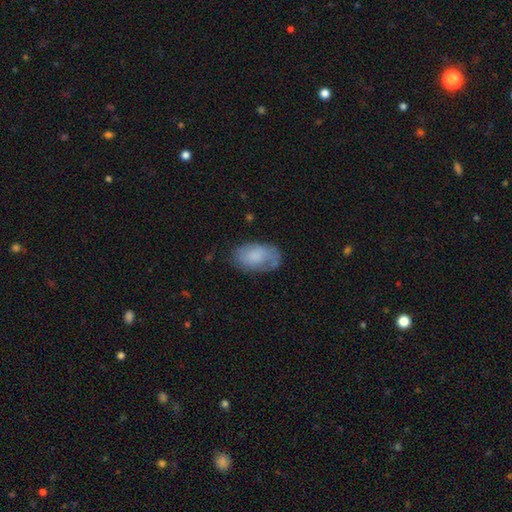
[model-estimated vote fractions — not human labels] The model was most divided on "merging": none: 63%, minor disturbance: 25%, major disturbance: 10%, merger: 2%. More confident: how rounded — in between (93%); smooth or featured — smooth (68%).